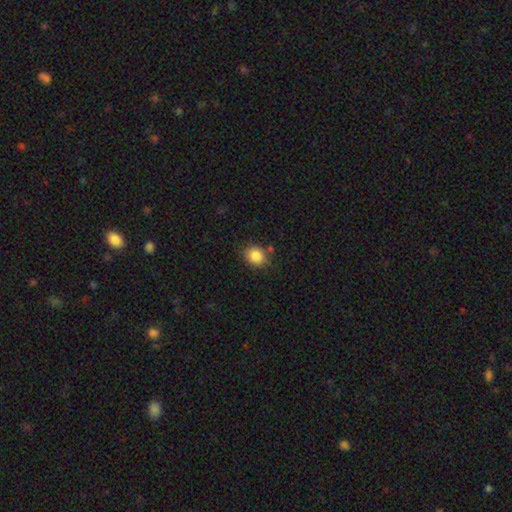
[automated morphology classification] This appears to be a smooth galaxy with no disk features (86%) that is round (63%). Merging: none (80%).